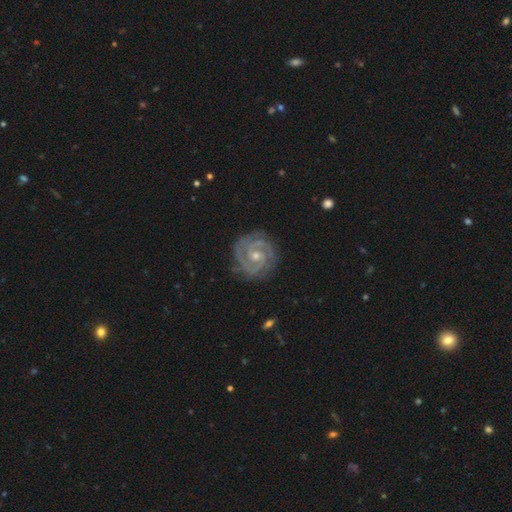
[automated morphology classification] The model was most divided on "bulge size": small: 52%, moderate: 45%, large: 1%, none: 1%, dominant: 1%. Remaining: spiral arms — yes (98%); edge-on disk — no (98%); smooth or featured — featured or disk (90%); merging — none (83%); spiral winding — tight (78%); bar — no (57%); spiral arm count — 2 (43%).